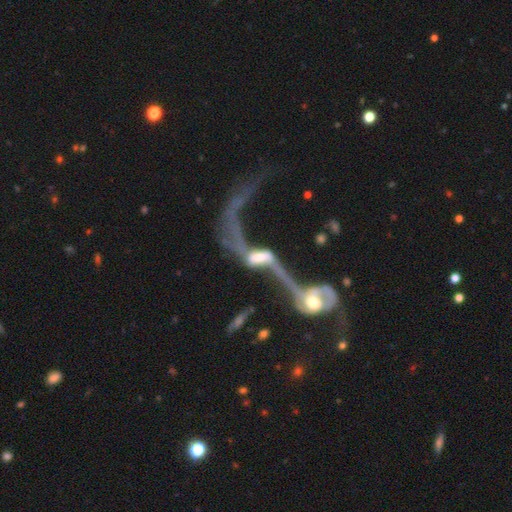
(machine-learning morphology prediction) Q: Smooth or featured?
A: featured or disk (59%); runner-up: star or artifact (21%)
Q: Edge-on disk?
A: no (84%); runner-up: yes (16%)
Q: Merging?
A: merger (57%); runner-up: major disturbance (19%)